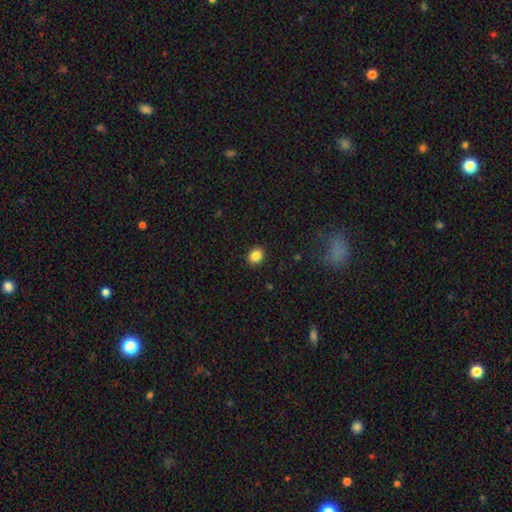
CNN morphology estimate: smooth-or-featured: smooth: 85% | star or artifact: 10% | featured or disk: 5%
  how-rounded: round: 53% | in between: 46% | cigar-shaped: 1%
  merging: none: 91% | minor disturbance: 6% | major disturbance: 2% | merger: 1%